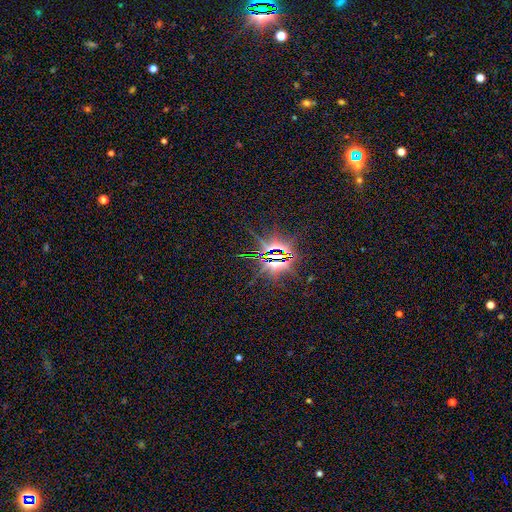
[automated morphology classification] This appears to be a star or artifact, not a galaxy (85%).